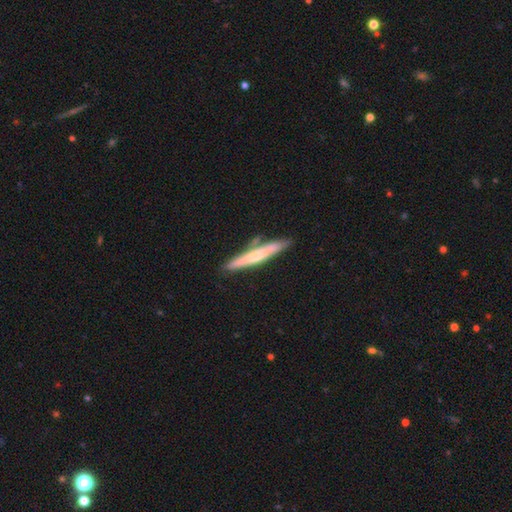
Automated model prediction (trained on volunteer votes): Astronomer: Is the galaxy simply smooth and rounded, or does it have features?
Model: smooth — 50% (runner-up: featured or disk, 45%).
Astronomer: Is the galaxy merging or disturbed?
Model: none — 74%.